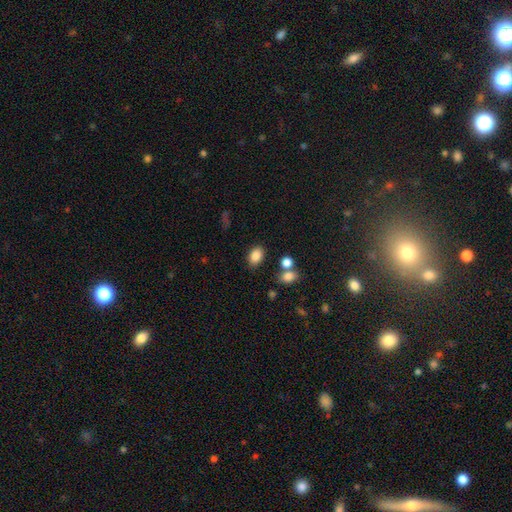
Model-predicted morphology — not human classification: Smooth or featured?
  - smooth: 86% *
  - star or artifact: 9%
  - featured or disk: 5%
How rounded?
  - in between: 81% *
  - round: 18%
  - cigar-shaped: 1%
Merging?
  - none: 80% *
  - minor disturbance: 11%
  - merger: 6%
  - major disturbance: 3%